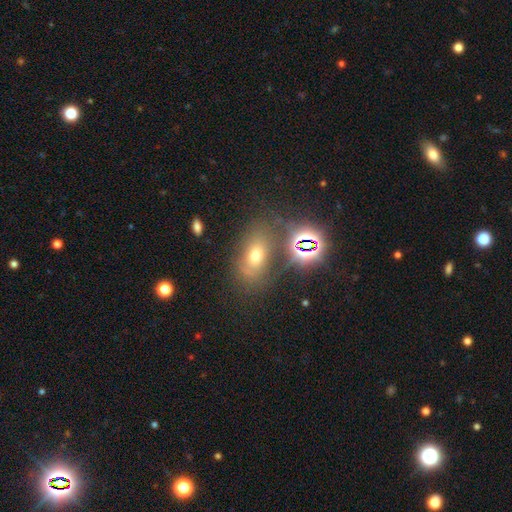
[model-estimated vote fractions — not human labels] This appears to be a smooth galaxy with no disk features (50%) that is in between round and cigar-shaped (78%). Merging: none (64%).